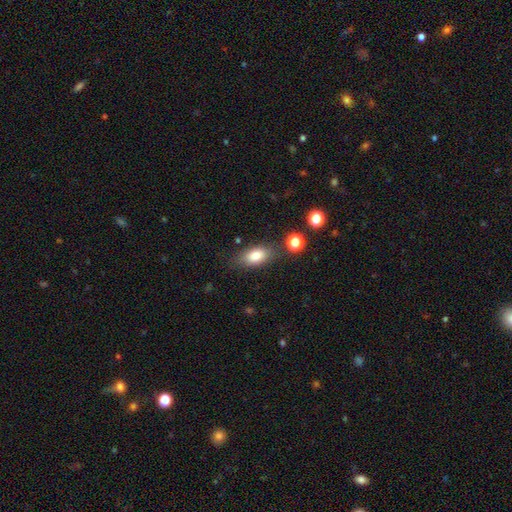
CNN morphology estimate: This appears to be a smooth galaxy with no disk features (82%) that is in between round and cigar-shaped (87%). Merging: none (78%).